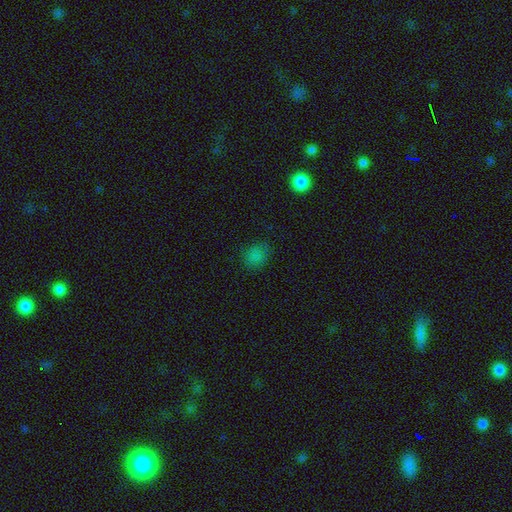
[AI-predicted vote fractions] This appears to be a smooth galaxy with no disk features (79%) that is round (58%). Merging: none (79%).